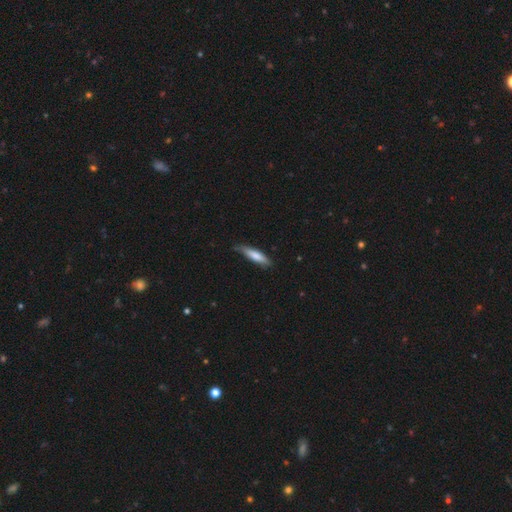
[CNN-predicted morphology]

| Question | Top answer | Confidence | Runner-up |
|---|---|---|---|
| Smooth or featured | smooth | 71% | featured or disk (24%) |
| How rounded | cigar-shaped | 79% | in between (20%) |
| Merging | none | 69% | minor disturbance (26%) |